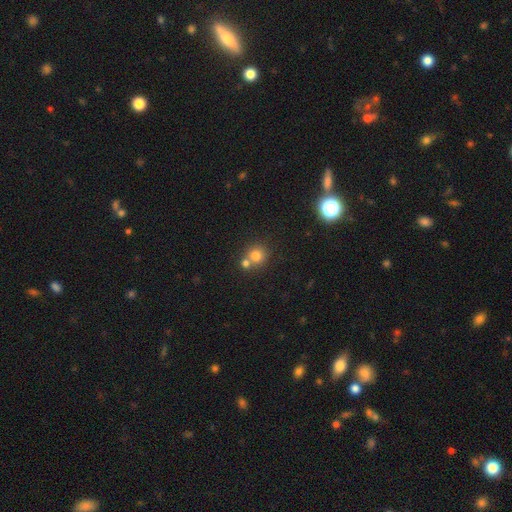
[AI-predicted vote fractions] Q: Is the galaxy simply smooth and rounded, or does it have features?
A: smooth — 77%.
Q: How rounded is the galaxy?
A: round — 88%.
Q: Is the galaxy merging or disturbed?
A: none — 52%.